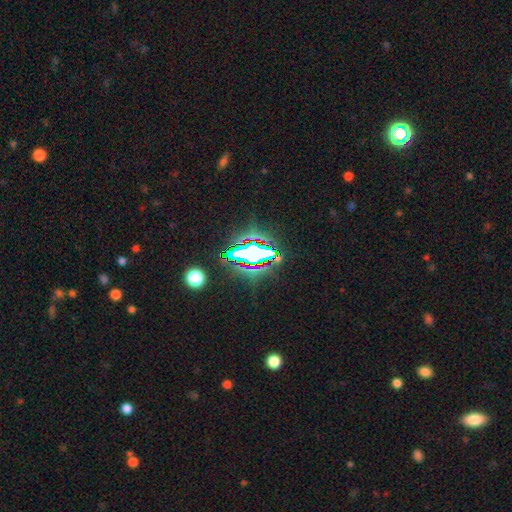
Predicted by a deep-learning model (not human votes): Morphology: type=star or artifact (62%).